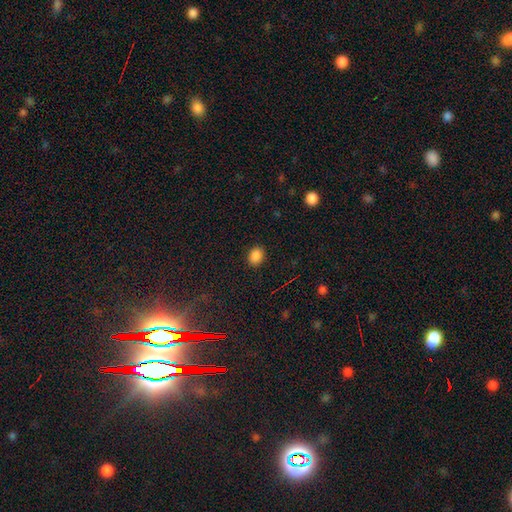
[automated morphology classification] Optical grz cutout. It shows a smooth galaxy with no disk features (86%) that is in between round and cigar-shaped (58%). Merging: none (89%).